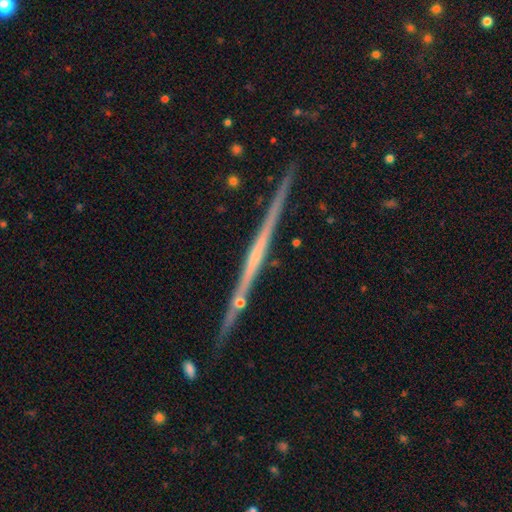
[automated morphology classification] This appears to be a featured or disk galaxy (76%) viewed edge-on (98%) with no central bulge (76%). Merging: none (88%).